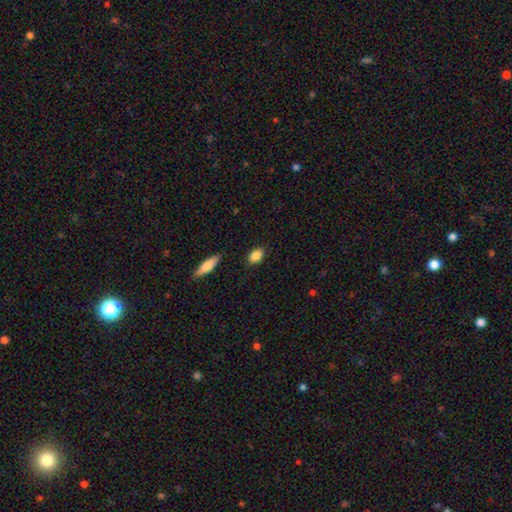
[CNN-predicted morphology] A smooth galaxy with no disk features (87%) that is in between round and cigar-shaped (83%). Merging: none (86%).